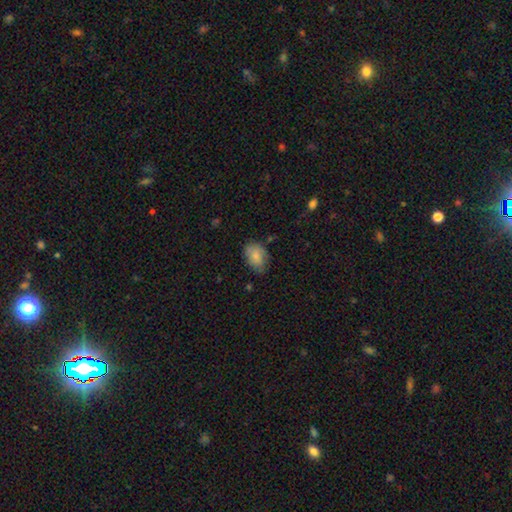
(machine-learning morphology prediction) type=smooth (82%); roundness=in between (83%); merging=none (67%).